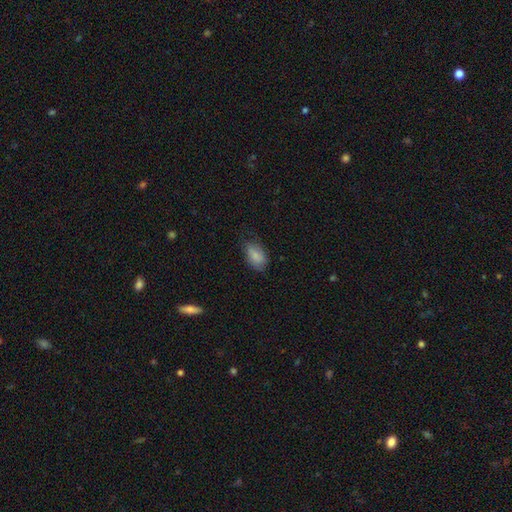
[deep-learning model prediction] A smooth galaxy with no disk features (77%) that is in between round and cigar-shaped (90%). Merging: none (65%).